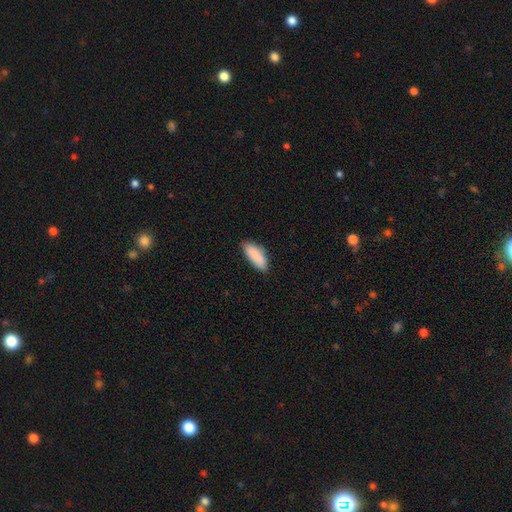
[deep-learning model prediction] Smooth or featured: smooth — 89% (star or artifact — 6%)
How rounded: in between — 78% (cigar-shaped — 20%)
Merging: none — 81% (minor disturbance — 15%)